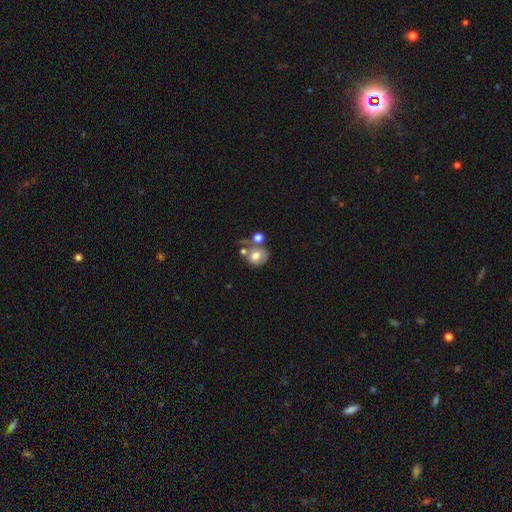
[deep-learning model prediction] smooth_or_featured: smooth (p=0.68) [alt: featured or disk p=0.22]
how_rounded: round (p=0.63) [alt: in between p=0.36]
merging: none (p=0.42) [alt: merger p=0.33]